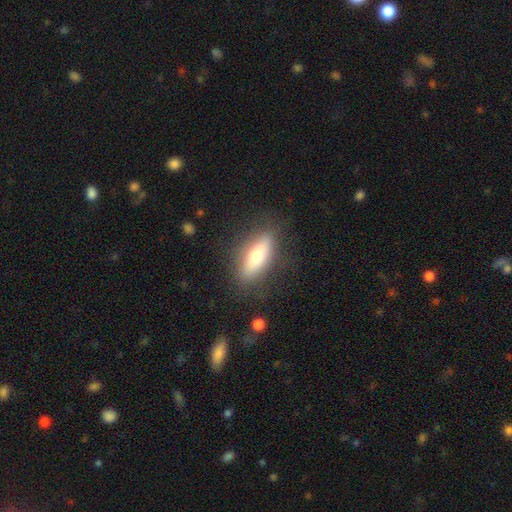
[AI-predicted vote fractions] Q: Smooth or featured?
A: smooth (63%); runner-up: featured or disk (30%)
Q: How rounded?
A: in between (63%); runner-up: cigar-shaped (34%)
Q: Merging?
A: none (83%); runner-up: minor disturbance (12%)